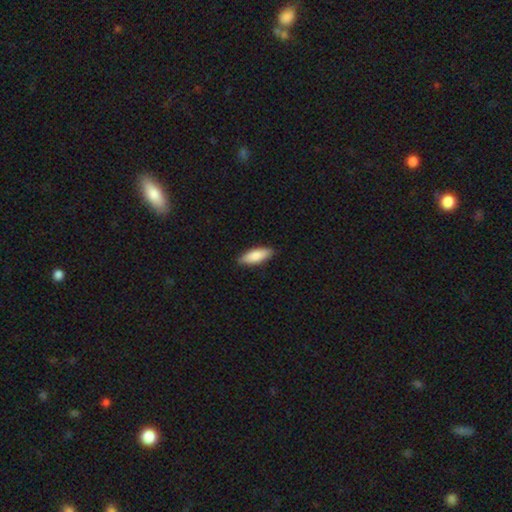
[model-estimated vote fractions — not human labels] A smooth galaxy with no disk features (85%) that is in between round and cigar-shaped (66%).

Vote fractions:
- Smooth or featured? smooth: 85% / featured or disk: 9% / star or artifact: 5%
- How rounded? in between: 66% / cigar-shaped: 33% / round: 2%
- Merging? none: 88% / minor disturbance: 10% / major disturbance: 2% / merger: 1%